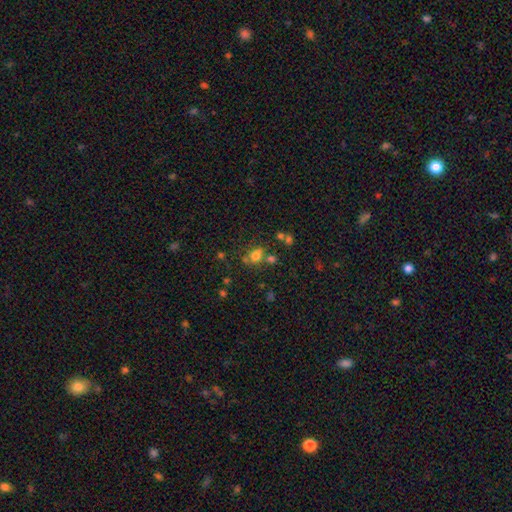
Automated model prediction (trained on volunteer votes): Smooth or featured?
  - smooth: 70% *
  - star or artifact: 19%
  - featured or disk: 11%
How rounded?
  - in between: 51% *
  - round: 47%
  - cigar-shaped: 2%
Merging?
  - none: 56% *
  - merger: 21%
  - minor disturbance: 16%
  - major disturbance: 7%